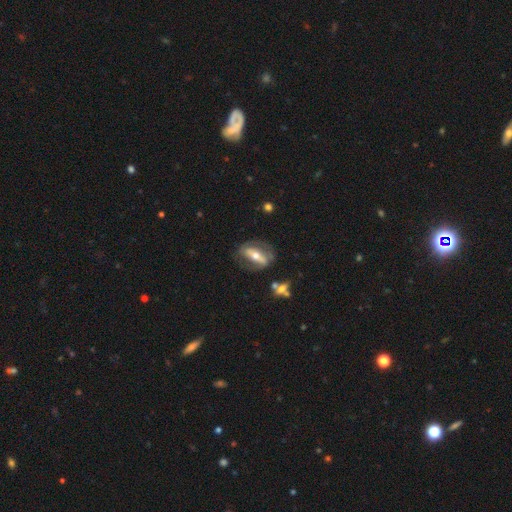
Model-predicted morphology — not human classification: This appears to be a featured or disk galaxy (71%) with a strong bar (66%), spiral arms (53%) and a moderate central bulge (63%). Merging: none (64%).